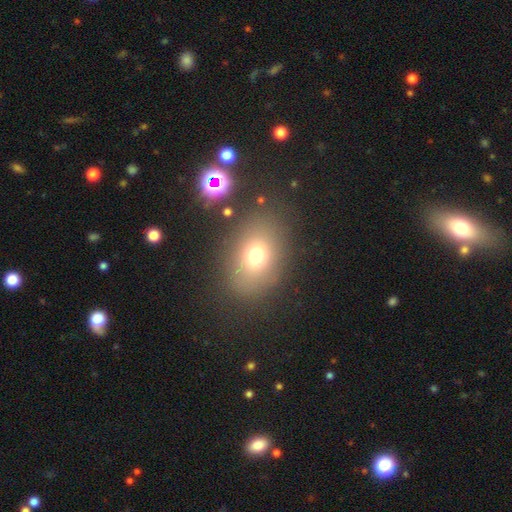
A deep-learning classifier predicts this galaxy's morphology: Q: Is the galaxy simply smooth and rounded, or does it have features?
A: smooth — 71%.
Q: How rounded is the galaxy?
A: in between — 67%.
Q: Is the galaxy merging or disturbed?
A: none — 80%.